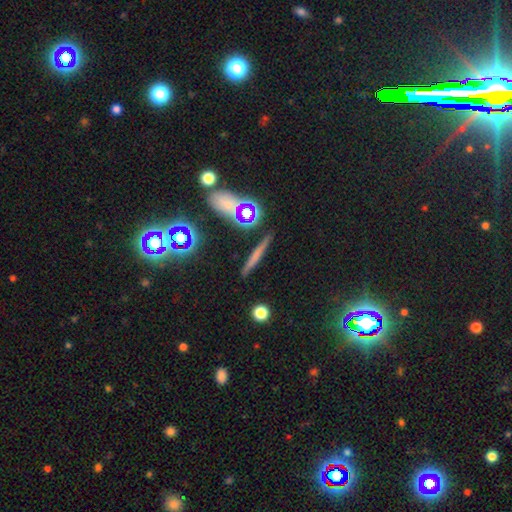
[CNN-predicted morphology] Smooth or featured? smooth (52%)
How rounded? cigar-shaped (88%)
Merging? none (86%)